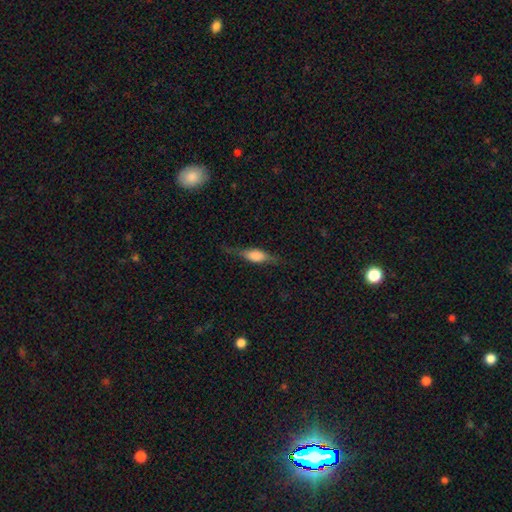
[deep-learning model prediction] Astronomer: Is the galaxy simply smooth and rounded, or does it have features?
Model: smooth — 49% (runner-up: featured or disk, 44%).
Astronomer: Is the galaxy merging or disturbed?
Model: none — 72%.